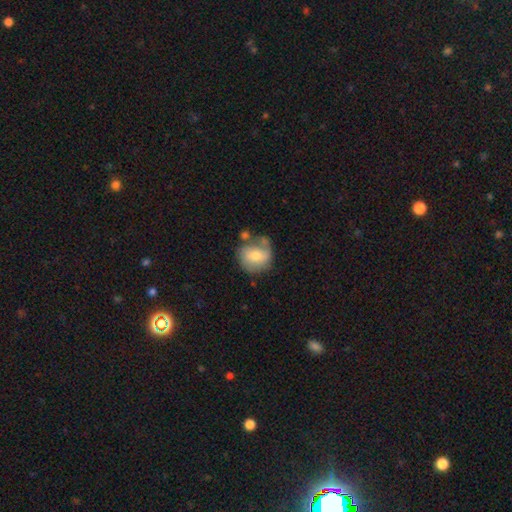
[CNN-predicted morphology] A smooth galaxy with no disk features (61%) that is round (79%). Merging: none (50%).